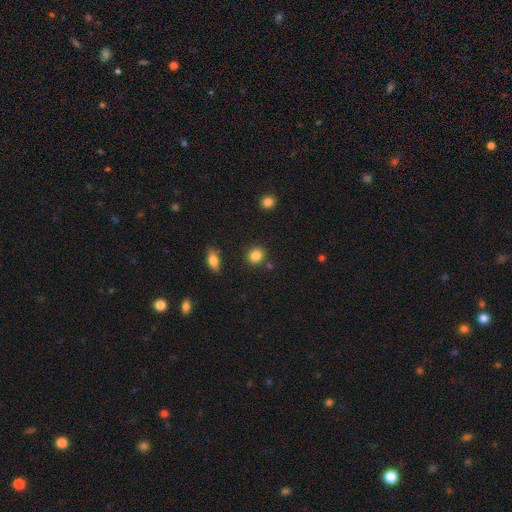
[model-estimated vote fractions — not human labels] The model was most divided on "how rounded": round: 70%, in between: 29%, cigar-shaped: 1%. More confident: smooth or featured — smooth (86%); merging — none (84%).